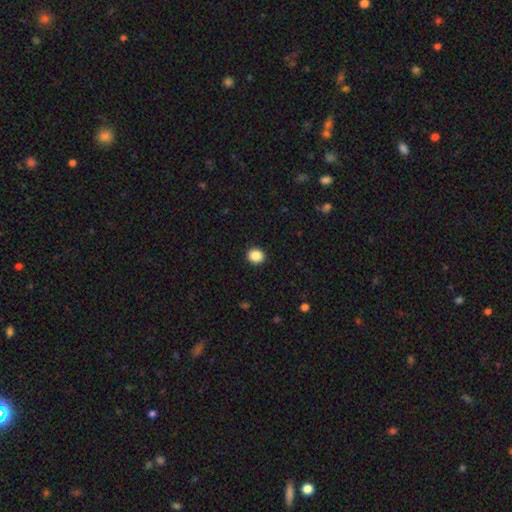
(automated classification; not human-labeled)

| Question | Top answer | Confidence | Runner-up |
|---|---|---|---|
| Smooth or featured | smooth | 87% | star or artifact (10%) |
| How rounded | round | 80% | in between (19%) |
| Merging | none | 92% | minor disturbance (5%) |